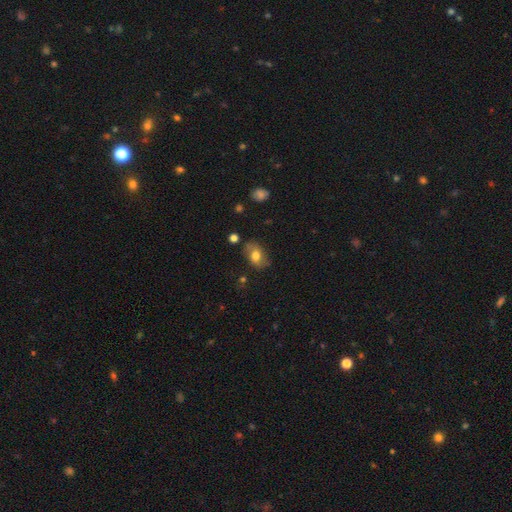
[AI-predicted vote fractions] This appears to be a smooth galaxy with no disk features (70%) that is in between round and cigar-shaped (82%). Merging: none (73%).